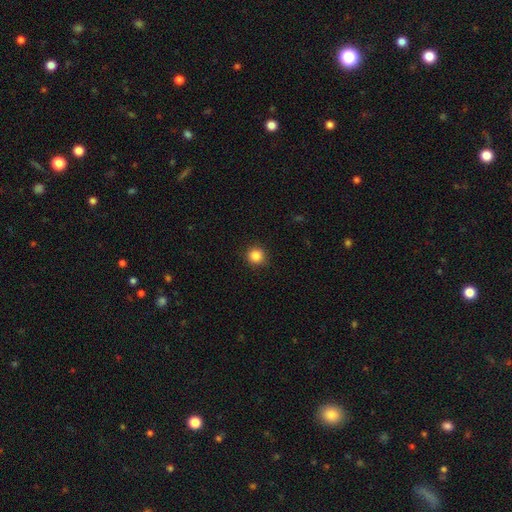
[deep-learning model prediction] Q: Smooth or featured?
A: smooth (85%); runner-up: star or artifact (11%)
Q: How rounded?
A: round (93%); runner-up: in between (6%)
Q: Merging?
A: none (91%); runner-up: minor disturbance (6%)